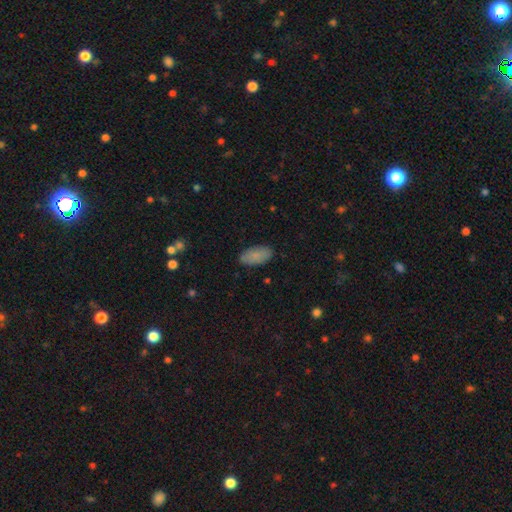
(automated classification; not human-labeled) The model was most divided on "merging": none: 85%, minor disturbance: 11%, major disturbance: 2%, merger: 1%. More confident: how rounded — in between (92%); smooth or featured — smooth (85%).